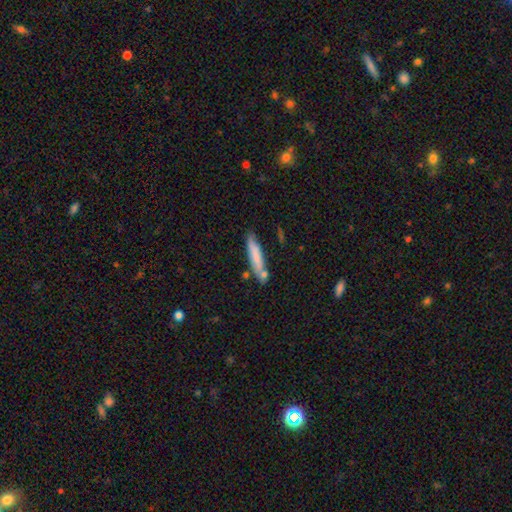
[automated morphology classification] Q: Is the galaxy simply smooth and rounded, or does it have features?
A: smooth — 74%.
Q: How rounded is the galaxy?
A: cigar-shaped — 86%.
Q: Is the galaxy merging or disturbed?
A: none — 69%.